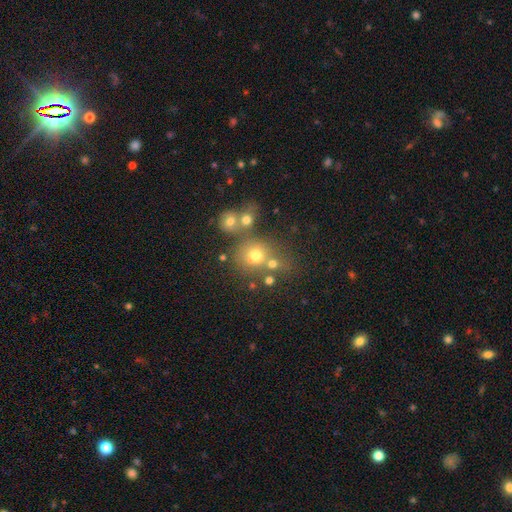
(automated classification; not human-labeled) smooth 66%, star or artifact 19%, featured or disk 15%. Down the decision tree: how rounded — round (80%); merging — none (51%).